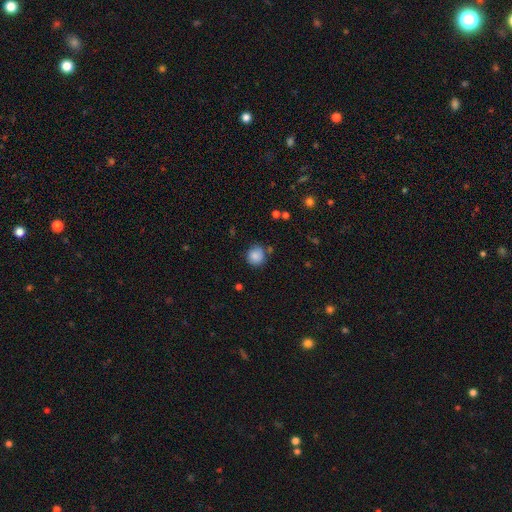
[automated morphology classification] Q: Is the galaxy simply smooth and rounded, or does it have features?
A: smooth — 86%.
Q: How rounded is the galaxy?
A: round — 88%.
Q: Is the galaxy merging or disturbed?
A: none — 78%.